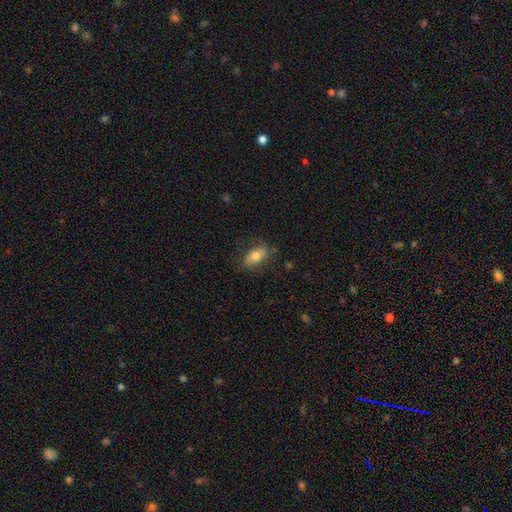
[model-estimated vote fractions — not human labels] This appears to be a smooth galaxy with no disk features (71%) that is in between round and cigar-shaped (86%). Merging: none (77%).